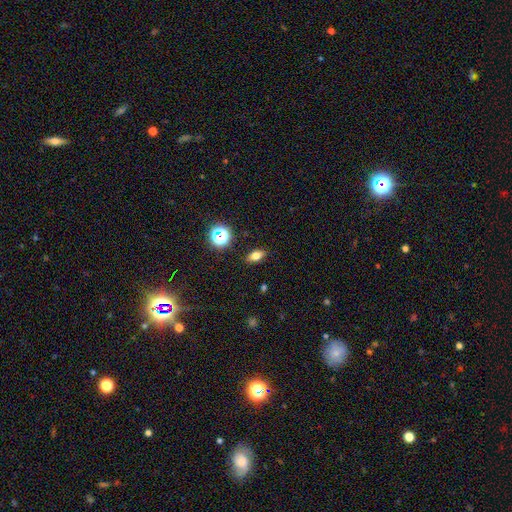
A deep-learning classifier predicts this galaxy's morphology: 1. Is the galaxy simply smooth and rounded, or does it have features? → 67% smooth, 17% featured or disk, 15% star or artifact.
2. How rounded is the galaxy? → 75% in between, 14% cigar-shaped, 12% round.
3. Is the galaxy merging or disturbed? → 88% none, 9% minor disturbance, 2% major disturbance, 1% merger.